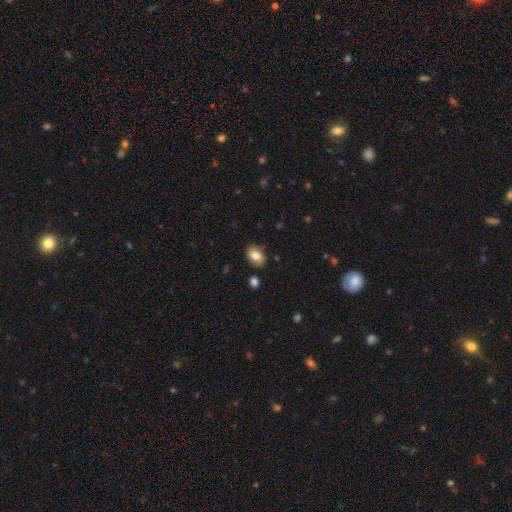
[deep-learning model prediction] The model was most divided on "how rounded": in between: 74%, round: 25%, cigar-shaped: 1%. More confident: merging — none (84%); smooth or featured — smooth (81%).